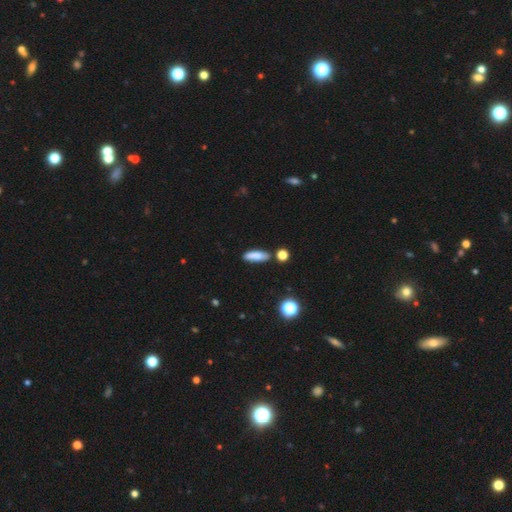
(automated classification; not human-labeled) Morphology: type=smooth (79%); roundness=cigar-shaped (53%); merging=none (78%).